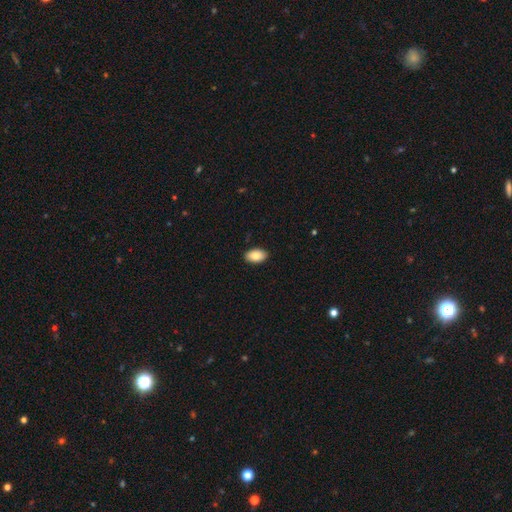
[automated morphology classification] smooth-or-featured: smooth: 87% | star or artifact: 7% | featured or disk: 7%
  how-rounded: in between: 94% | round: 5% | cigar-shaped: 1%
  merging: none: 90% | minor disturbance: 8% | major disturbance: 2% | merger: 1%